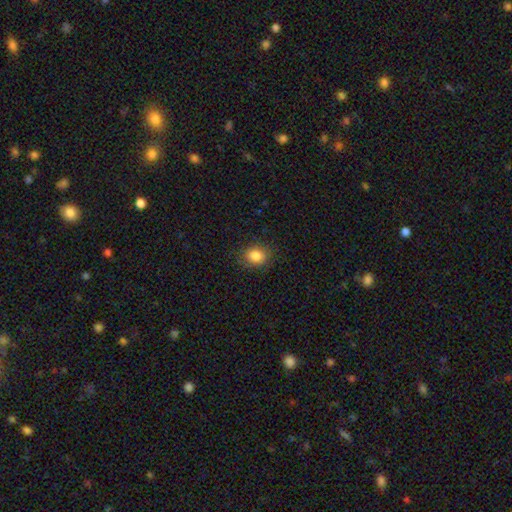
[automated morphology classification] Smooth or featured?
  - smooth: 84% *
  - star or artifact: 10%
  - featured or disk: 6%
How rounded?
  - round: 59% *
  - in between: 40%
  - cigar-shaped: 1%
Merging?
  - none: 85% *
  - minor disturbance: 11%
  - major disturbance: 3%
  - merger: 1%